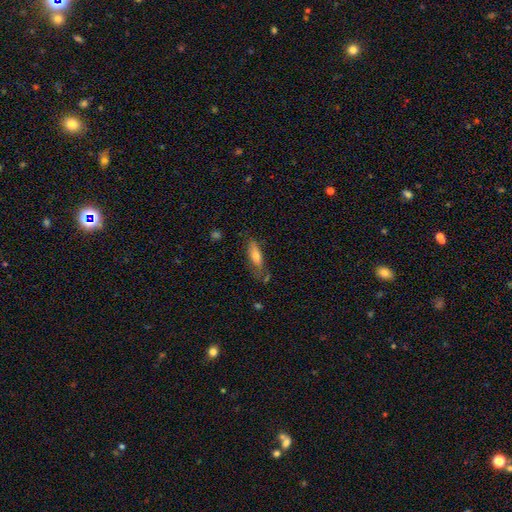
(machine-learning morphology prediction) Smooth or featured? smooth (71%)
How rounded? in between (57%)
Merging? none (62%)